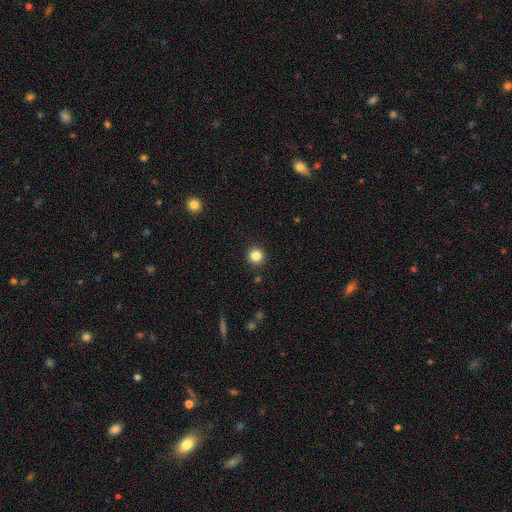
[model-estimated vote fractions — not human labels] Overall: smooth (84%). How rounded: round (94%). Merging: none (92%).